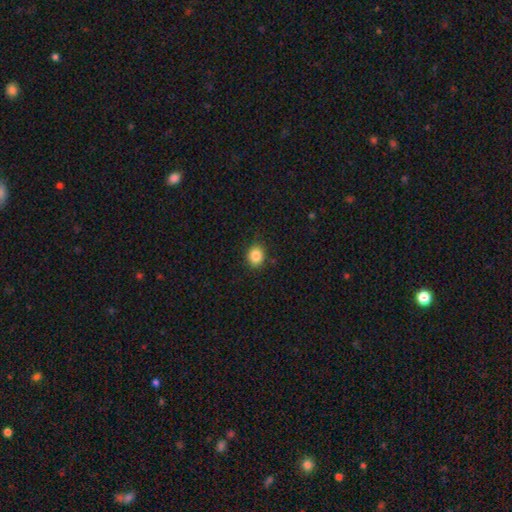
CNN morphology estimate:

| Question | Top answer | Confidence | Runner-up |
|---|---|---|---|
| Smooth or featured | smooth | 86% | star or artifact (10%) |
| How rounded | round | 65% | in between (34%) |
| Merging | none | 85% | minor disturbance (11%) |